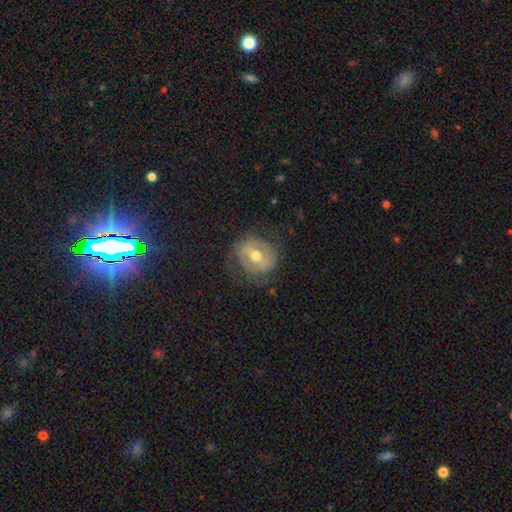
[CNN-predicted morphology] featured or disk 53%, smooth 37%, star or artifact 9%. Down the decision tree: edge-on disk — no (95%); bar — no (41%); spiral arms — no (56%); bulge size — moderate (79%); merging — none (69%).